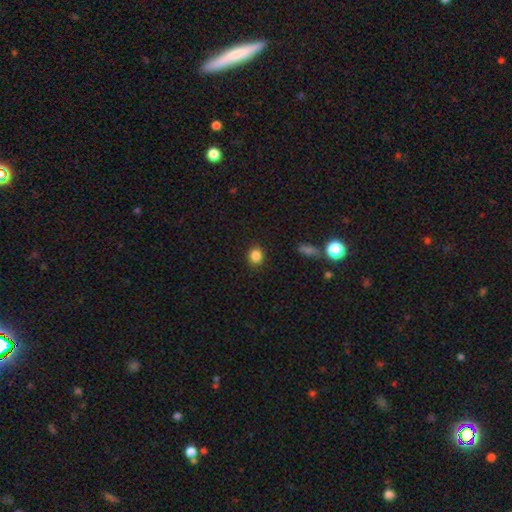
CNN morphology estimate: Smooth or featured?
  - smooth: 85% *
  - star or artifact: 11%
  - featured or disk: 4%
How rounded?
  - round: 78% *
  - in between: 21%
  - cigar-shaped: 1%
Merging?
  - none: 90% *
  - minor disturbance: 7%
  - major disturbance: 2%
  - merger: 1%